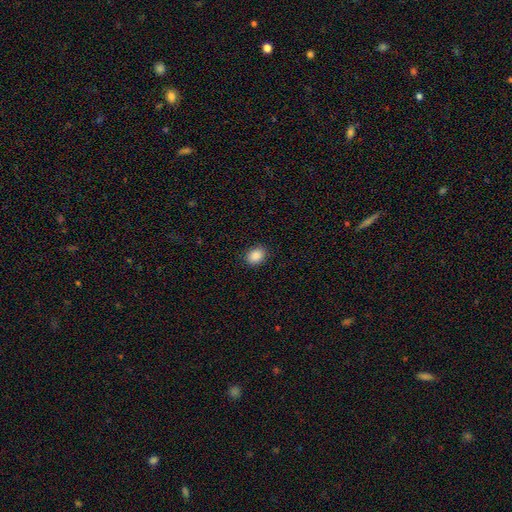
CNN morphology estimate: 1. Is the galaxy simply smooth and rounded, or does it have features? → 88% smooth, 8% star or artifact, 3% featured or disk.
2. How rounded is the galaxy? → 64% in between, 35% round, 1% cigar-shaped.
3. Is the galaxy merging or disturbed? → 89% none, 8% minor disturbance, 2% major disturbance, 1% merger.